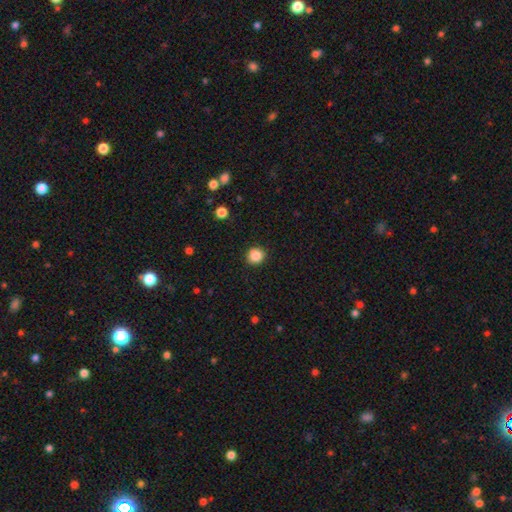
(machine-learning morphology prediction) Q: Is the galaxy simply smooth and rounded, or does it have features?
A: smooth — 86%.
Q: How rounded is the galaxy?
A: round — 89%.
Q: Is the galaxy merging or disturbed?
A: none — 90%.